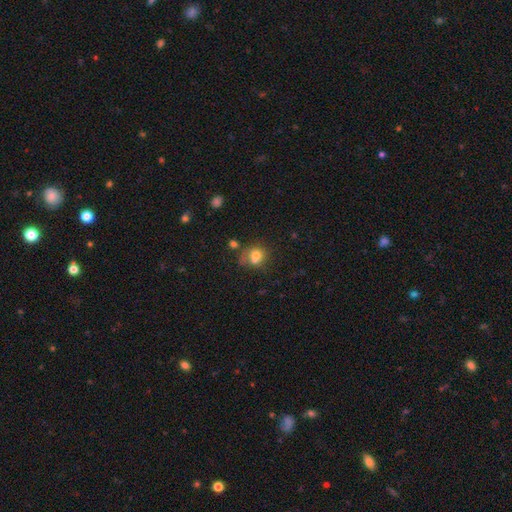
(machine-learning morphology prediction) This is likely a smooth galaxy (70%). How rounded: likely round (64%). Merging: marginally merger (38%).